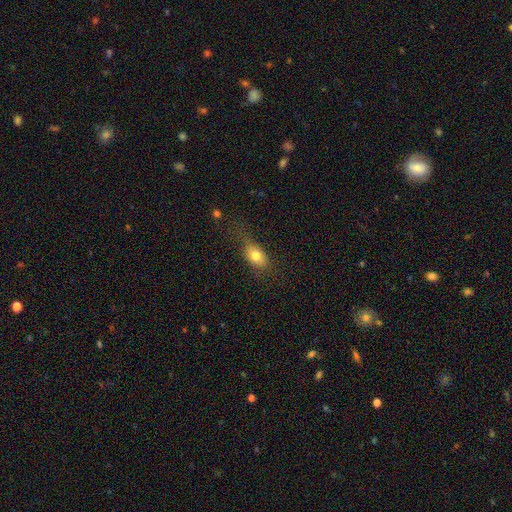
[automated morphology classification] smooth_or_featured: smooth (p=0.76) [alt: featured or disk p=0.14]
how_rounded: in between (p=0.79) [alt: round p=0.16]
merging: none (p=0.56) [alt: minor disturbance p=0.27]